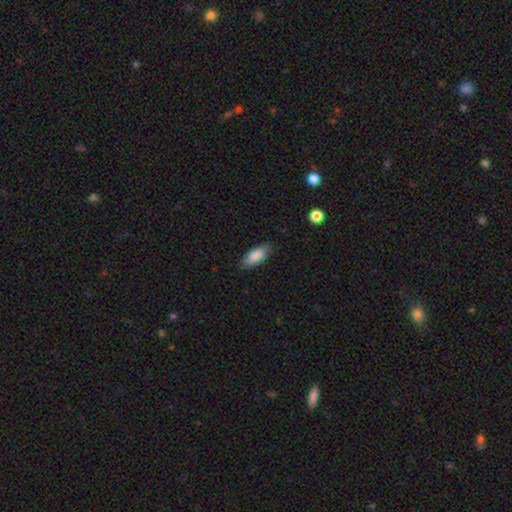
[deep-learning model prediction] Q: Smooth or featured?
A: smooth (86%); runner-up: featured or disk (8%)
Q: How rounded?
A: in between (81%); runner-up: cigar-shaped (17%)
Q: Merging?
A: none (83%); runner-up: minor disturbance (13%)